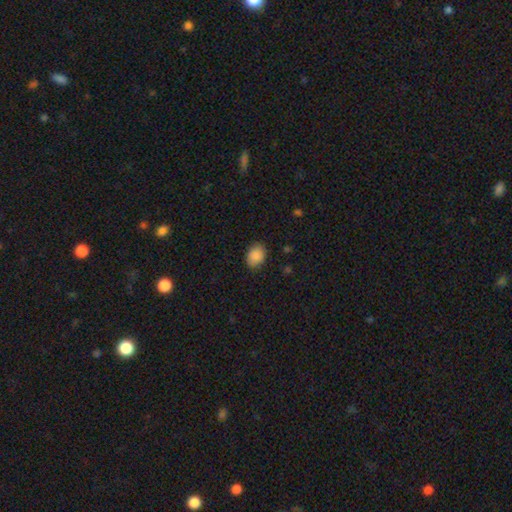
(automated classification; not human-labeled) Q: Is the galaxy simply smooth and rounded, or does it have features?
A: smooth — 88%.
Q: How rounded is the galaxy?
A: in between — 71%.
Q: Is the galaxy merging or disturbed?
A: none — 85%.